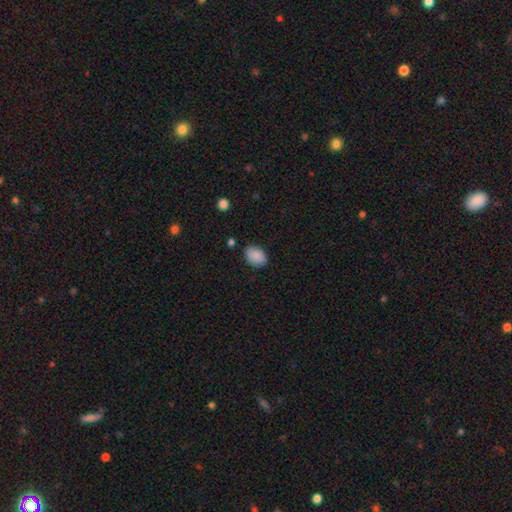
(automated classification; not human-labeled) A smooth galaxy with no disk features (88%) that is in between round and cigar-shaped (81%). Merging: none (84%).